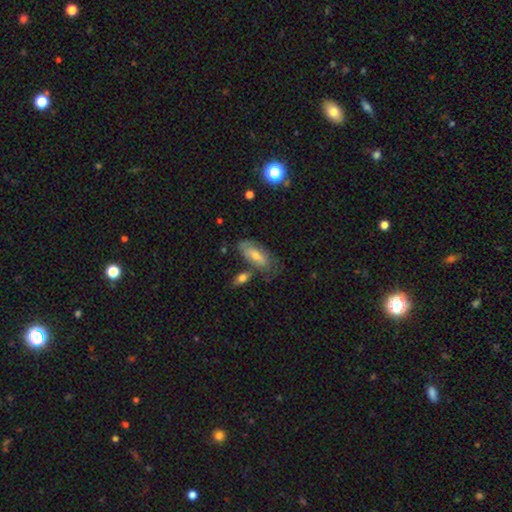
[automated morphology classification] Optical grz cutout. It shows a smooth galaxy with no disk features (47%). Merging: none (60%).